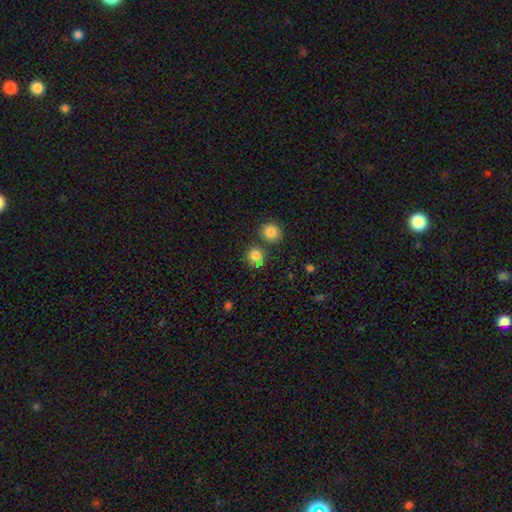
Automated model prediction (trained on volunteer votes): This is clearly a smooth galaxy (84%). How rounded: likely round (79%). Merging: likely none (70%).